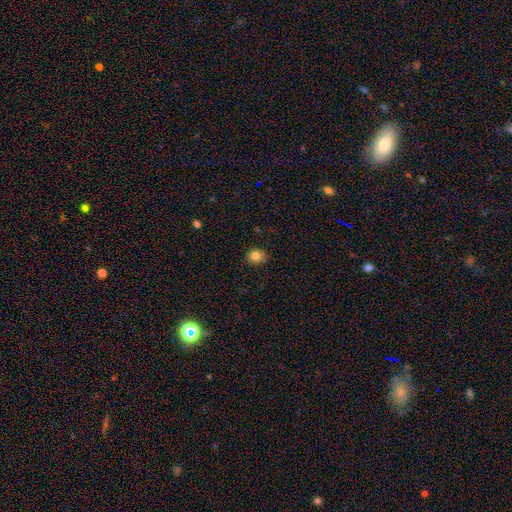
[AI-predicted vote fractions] A smooth galaxy with no disk features (82%) that is round (68%).

Vote fractions:
- Smooth or featured? smooth: 82% / star or artifact: 11% / featured or disk: 7%
- How rounded? round: 68% / in between: 31% / cigar-shaped: 1%
- Merging? none: 80% / minor disturbance: 16% / major disturbance: 3% / merger: 2%